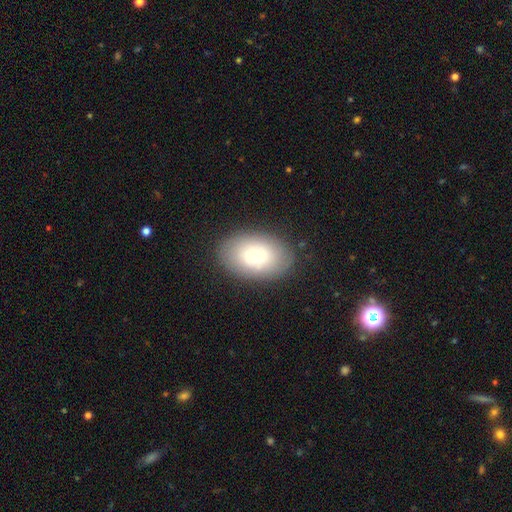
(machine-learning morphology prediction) smooth 70%, featured or disk 22%, star or artifact 8%. Down the decision tree: how rounded — in between (86%); merging — none (83%).